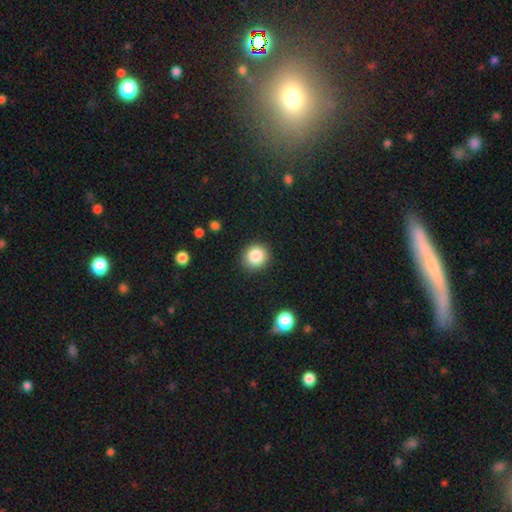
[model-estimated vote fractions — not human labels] Smooth or featured?
  - smooth: 86% *
  - star or artifact: 10%
  - featured or disk: 5%
How rounded?
  - round: 87% *
  - in between: 12%
  - cigar-shaped: 1%
Merging?
  - none: 89% *
  - minor disturbance: 7%
  - major disturbance: 2%
  - merger: 1%